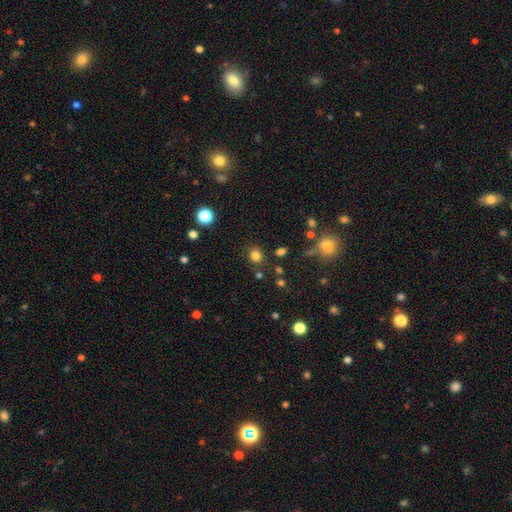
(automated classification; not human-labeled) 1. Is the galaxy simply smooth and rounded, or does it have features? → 80% smooth, 15% star or artifact, 5% featured or disk.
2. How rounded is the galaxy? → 78% round, 21% in between, 1% cigar-shaped.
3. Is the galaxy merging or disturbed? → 83% none, 9% minor disturbance, 4% merger, 3% major disturbance.